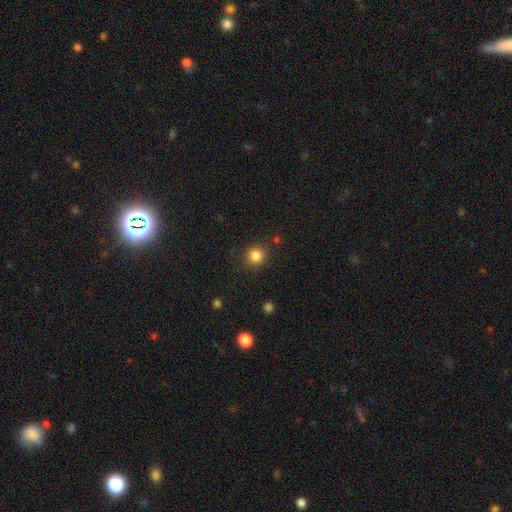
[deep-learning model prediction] This is clearly a smooth galaxy (84%). How rounded: clearly round (91%). Merging: clearly none (88%).